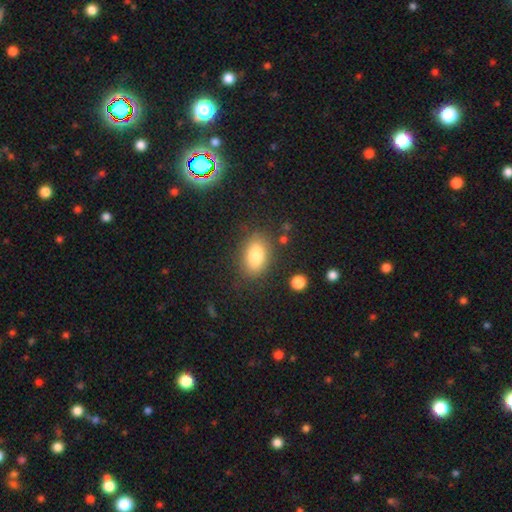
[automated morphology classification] A smooth galaxy with no disk features (82%) that is in between round and cigar-shaped (88%).

Vote fractions:
- Smooth or featured? smooth: 82% / featured or disk: 10% / star or artifact: 8%
- How rounded? in between: 88% / round: 9% / cigar-shaped: 2%
- Merging? none: 81% / minor disturbance: 12% / major disturbance: 4% / merger: 2%